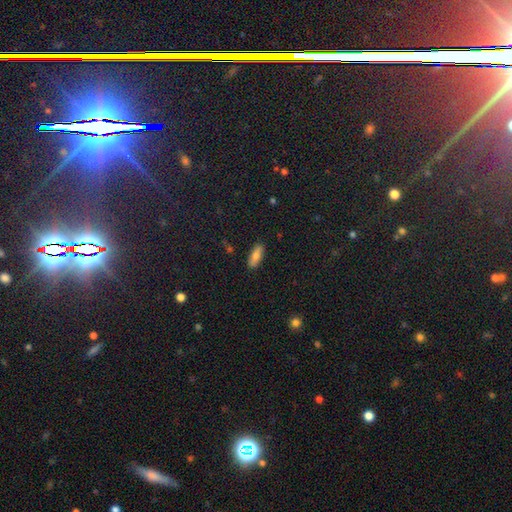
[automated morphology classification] A smooth galaxy with no disk features (75%) that is in between round and cigar-shaped (68%). Merging: none (88%).